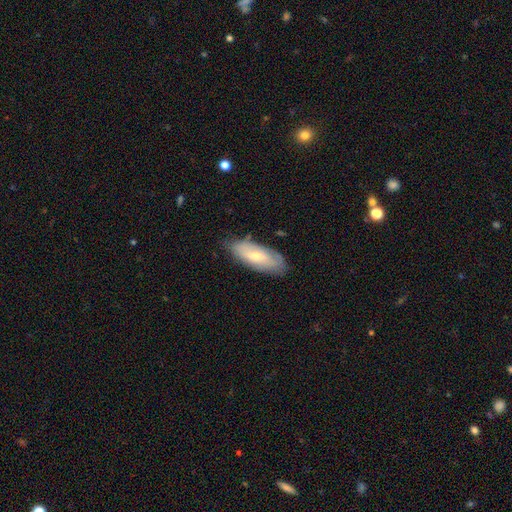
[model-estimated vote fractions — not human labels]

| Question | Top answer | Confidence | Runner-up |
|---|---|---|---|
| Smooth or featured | smooth | 56% | featured or disk (38%) |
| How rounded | in between | 73% | cigar-shaped (25%) |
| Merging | none | 76% | minor disturbance (19%) |